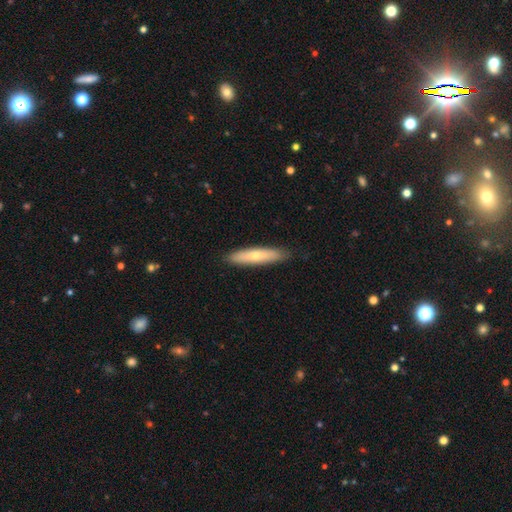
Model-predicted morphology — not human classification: Smooth or featured? smooth (60%)
How rounded? cigar-shaped (83%)
Merging? none (88%)